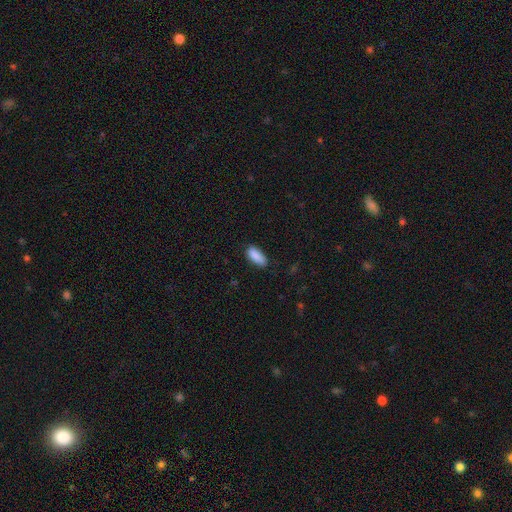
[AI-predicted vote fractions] Smooth or featured? smooth (89%)
How rounded? in between (83%)
Merging? none (81%)